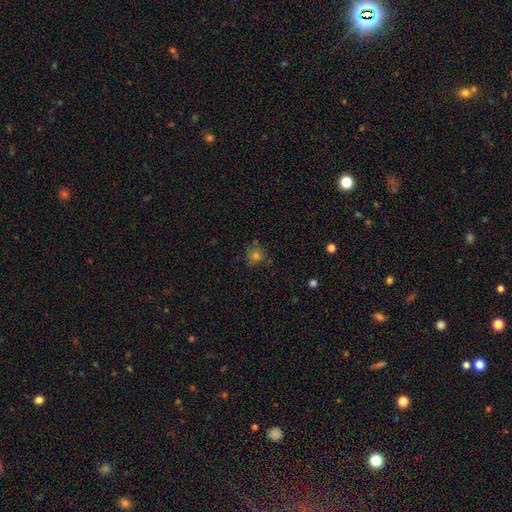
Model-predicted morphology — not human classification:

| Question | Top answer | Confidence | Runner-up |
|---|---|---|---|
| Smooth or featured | smooth | 65% | star or artifact (20%) |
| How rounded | round | 86% | in between (13%) |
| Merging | none | 72% | minor disturbance (18%) |